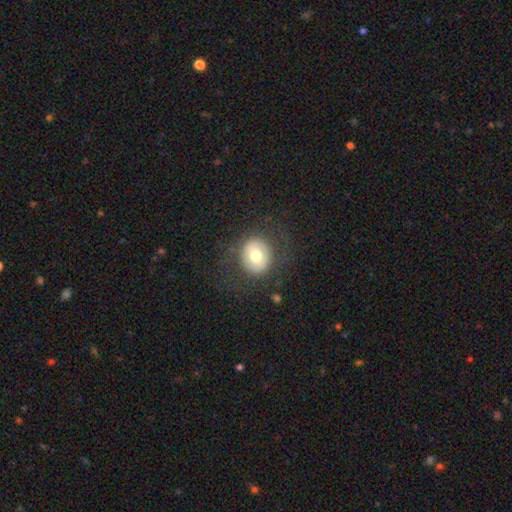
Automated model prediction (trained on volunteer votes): Smooth or featured? smooth (63%)
How rounded? round (79%)
Merging? none (79%)